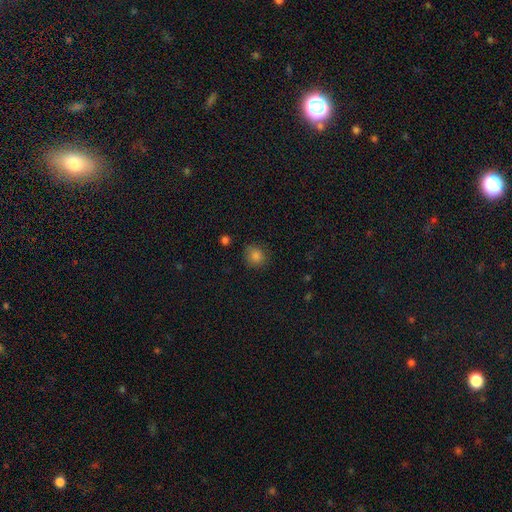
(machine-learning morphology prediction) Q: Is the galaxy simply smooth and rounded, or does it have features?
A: smooth — 83%.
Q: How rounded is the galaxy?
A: round — 82%.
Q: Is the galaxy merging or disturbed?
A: none — 82%.